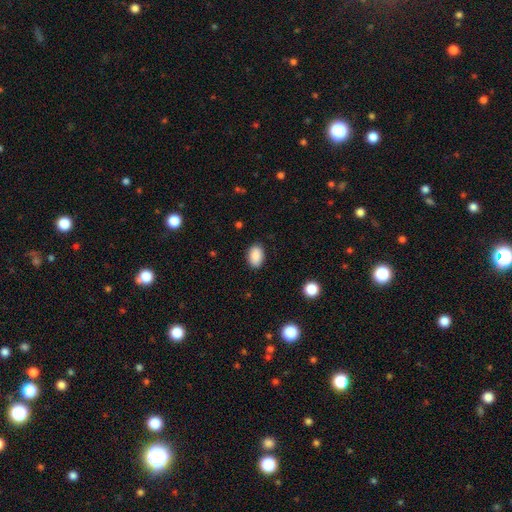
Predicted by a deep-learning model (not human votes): Smooth or featured?
  - smooth: 89% *
  - star or artifact: 8%
  - featured or disk: 3%
How rounded?
  - in between: 89% *
  - round: 10%
  - cigar-shaped: 1%
Merging?
  - none: 88% *
  - minor disturbance: 9%
  - major disturbance: 2%
  - merger: 1%